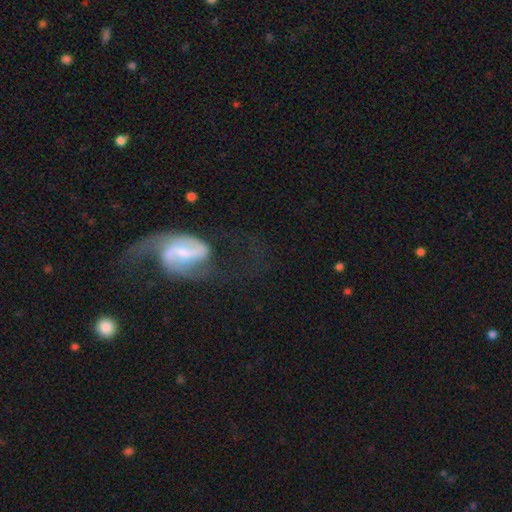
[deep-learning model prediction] featured or disk 79%, star or artifact 11%, smooth 11%. Down the decision tree: edge-on disk — no (97%); bar — weak (46%); spiral arms — yes (93%); spiral arm count — 2 (82%); spiral winding — loose (44%); bulge size — small (47%); merging — none (54%).